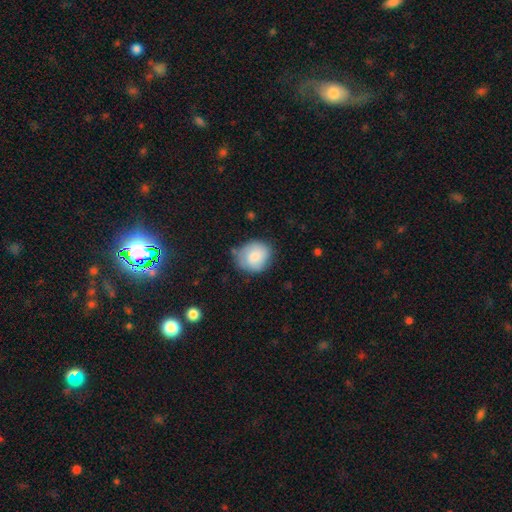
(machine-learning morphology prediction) A smooth galaxy with no disk features (81%) that is round (69%). Merging: none (70%).